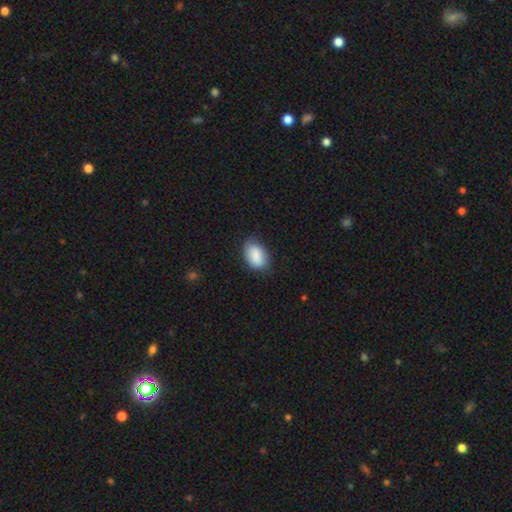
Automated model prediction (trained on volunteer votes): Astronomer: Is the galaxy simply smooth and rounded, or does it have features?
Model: smooth — 88%.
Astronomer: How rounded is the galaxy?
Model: in between — 88%.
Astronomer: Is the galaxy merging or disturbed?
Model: none — 74%.